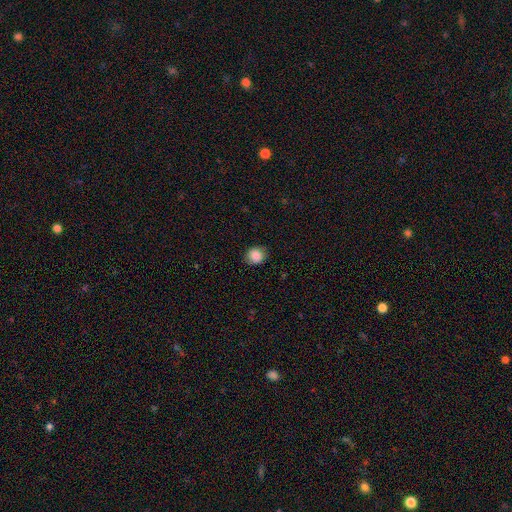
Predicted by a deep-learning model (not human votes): This is clearly a smooth galaxy (87%). How rounded: likely round (75%). Merging: clearly none (84%).